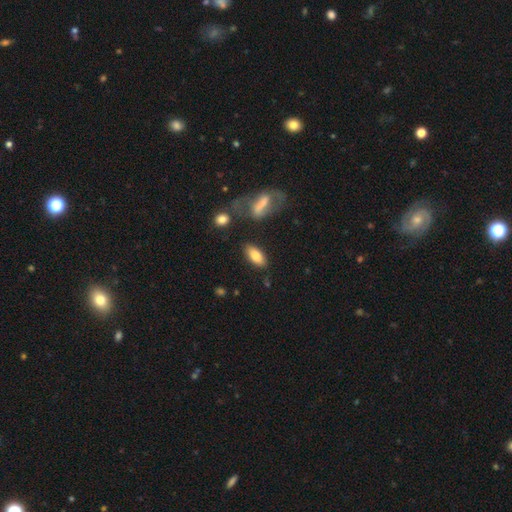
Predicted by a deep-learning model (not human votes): smooth-or-featured: smooth: 81% | featured or disk: 12% | star or artifact: 7%
  how-rounded: in between: 84% | cigar-shaped: 13% | round: 3%
  merging: none: 82% | minor disturbance: 11% | merger: 3% | major disturbance: 3%